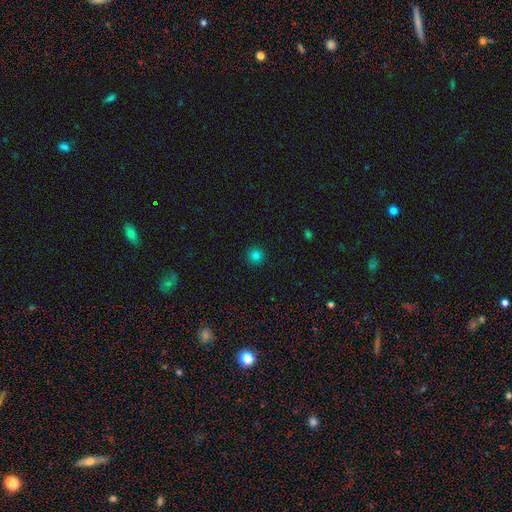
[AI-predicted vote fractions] Morphology: type=smooth (80%); roundness=round (96%); merging=none (93%).